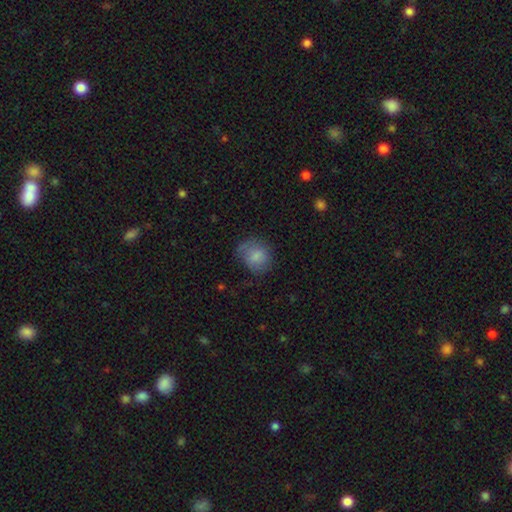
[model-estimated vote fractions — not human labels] Smooth or featured: smooth — 77% (featured or disk — 15%)
How rounded: round — 67% (in between — 32%)
Merging: none — 56% (minor disturbance — 29%)